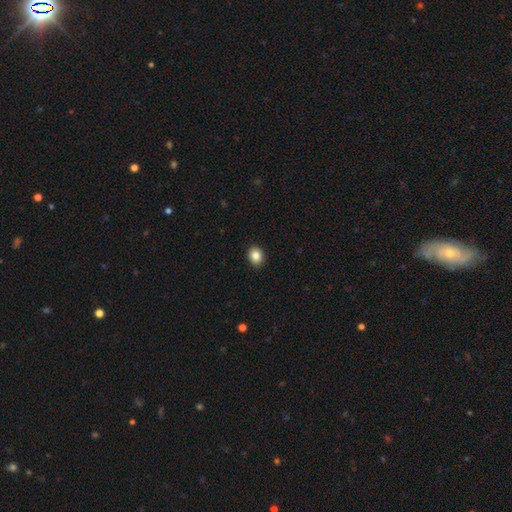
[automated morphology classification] type=smooth (85%); roundness=round (55%); merging=none (91%).